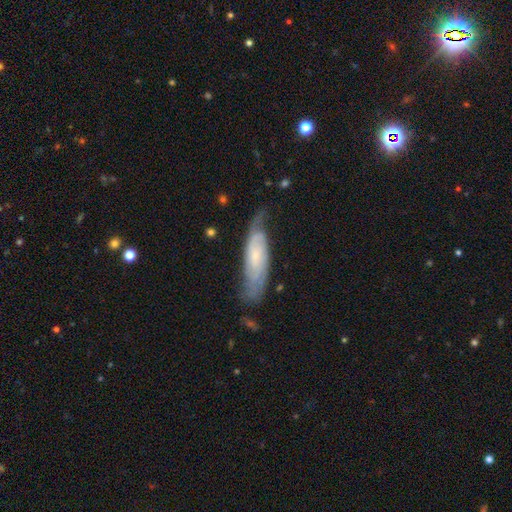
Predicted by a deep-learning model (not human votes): Smooth or featured?
  - featured or disk: 69% *
  - smooth: 25%
  - star or artifact: 6%
Edge-on disk?
  - no: 80% *
  - yes: 20%
Bar?
  - no: 68% *
  - weak: 26%
  - strong: 6%
Spiral arms?
  - yes: 91% *
  - no: 9%
Spiral winding?
  - tight: 48% *
  - medium: 37%
  - loose: 15%
Spiral arm count?
  - 2: 51% *
  - can't tell: 34%
  - 3: 6%
  - 1: 4%
  - 4: 3%
  - more than 4: 2%
Bulge size?
  - small: 73% *
  - moderate: 18%
  - none: 6%
  - large: 2%
  - dominant: 1%
Merging?
  - none: 62% *
  - minor disturbance: 26%
  - major disturbance: 10%
  - merger: 2%